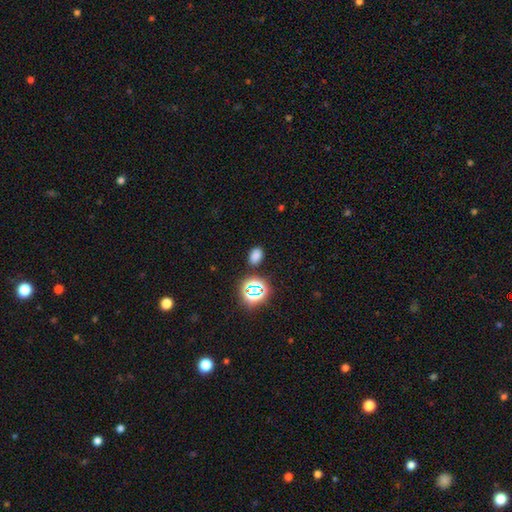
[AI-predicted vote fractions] A smooth galaxy with no disk features (72%) that is in between round and cigar-shaped (78%). Merging: none (84%).